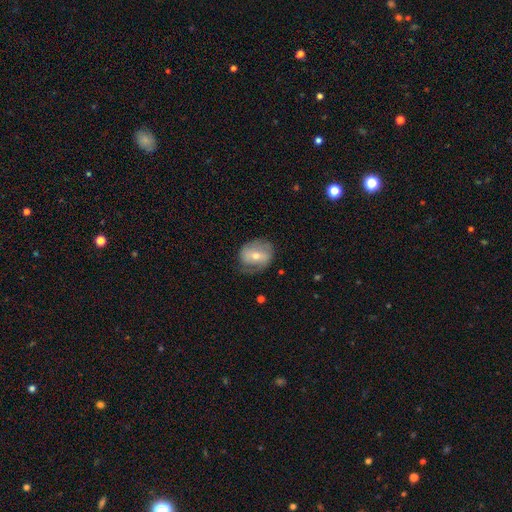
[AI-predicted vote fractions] The model was most divided on "bar": weak: 40%, no: 34%, strong: 26%. More confident: edge-on disk — no (96%); spiral arms — yes (76%); merging — none (66%); smooth or featured — featured or disk (61%); bulge size — moderate (55%).